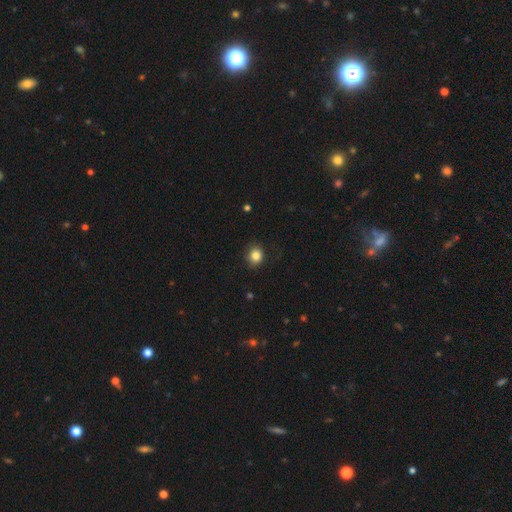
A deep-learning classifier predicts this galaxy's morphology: This appears to be a smooth galaxy with no disk features (84%) that is round (76%). Merging: none (82%).